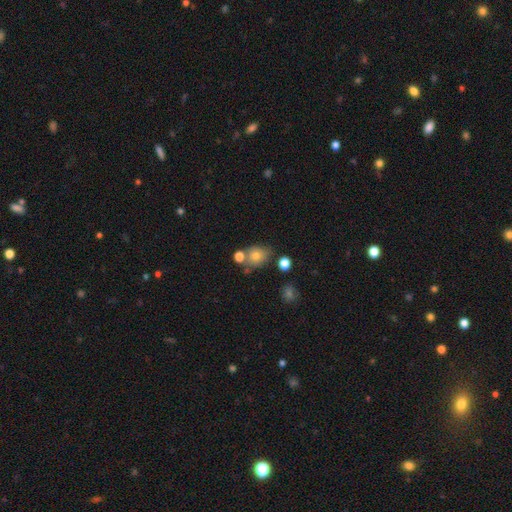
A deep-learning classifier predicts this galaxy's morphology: Smooth or featured?
  - smooth: 75% *
  - star or artifact: 12%
  - featured or disk: 12%
How rounded?
  - round: 52% *
  - in between: 47%
  - cigar-shaped: 1%
Merging?
  - none: 62% *
  - merger: 18%
  - minor disturbance: 15%
  - major disturbance: 5%